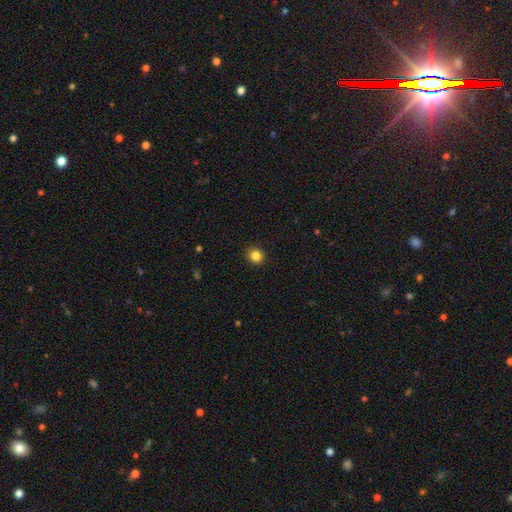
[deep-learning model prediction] smooth 85%, star or artifact 11%, featured or disk 4%. Down the decision tree: how rounded — round (87%); merging — none (92%).